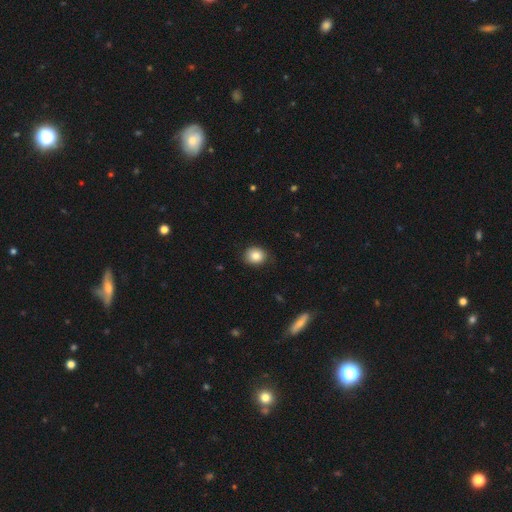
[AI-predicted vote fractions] smooth 83%, star or artifact 9%, featured or disk 7%. Down the decision tree: how rounded — round (69%); merging — none (81%).